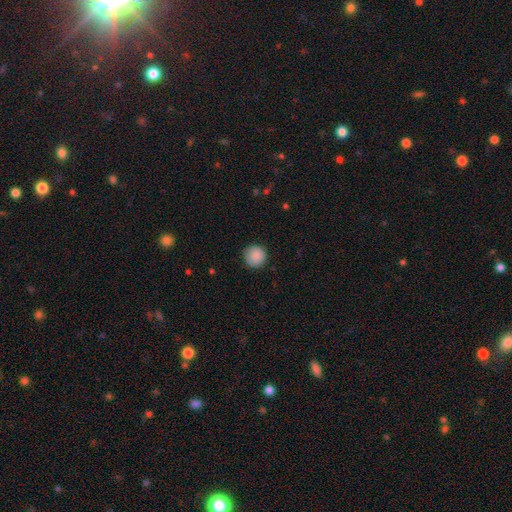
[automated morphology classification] The model was most divided on "merging": none: 86%, minor disturbance: 11%, major disturbance: 2%, merger: 1%. More confident: how rounded — round (95%); smooth or featured — smooth (88%).